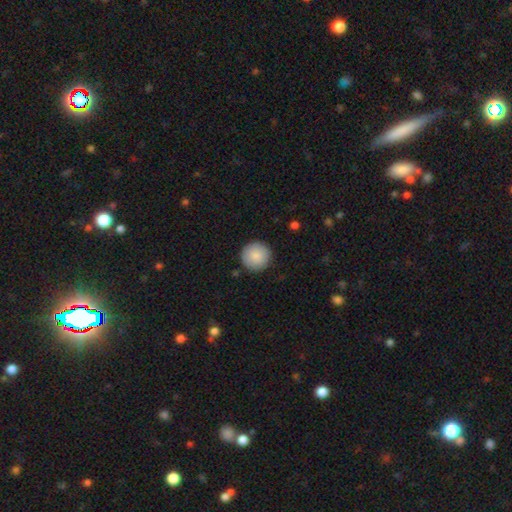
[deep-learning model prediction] smooth-or-featured: smooth: 88% | star or artifact: 6% | featured or disk: 6%
  how-rounded: round: 96% | in between: 3% | cigar-shaped: 1%
  merging: none: 91% | minor disturbance: 6% | major disturbance: 2% | merger: 1%